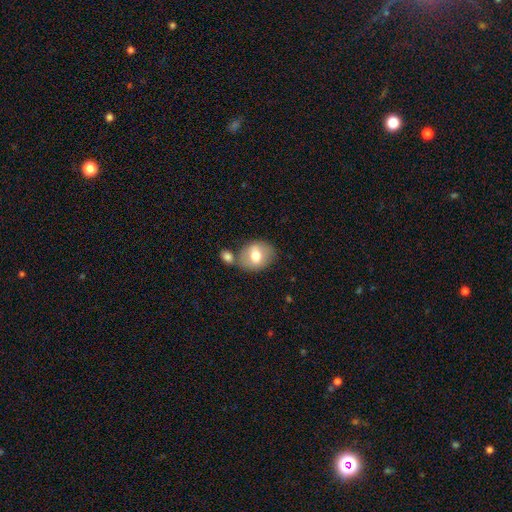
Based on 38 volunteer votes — This appears to be a smooth galaxy with no disk features (61%) that is round (52%). Merging: none (42%).